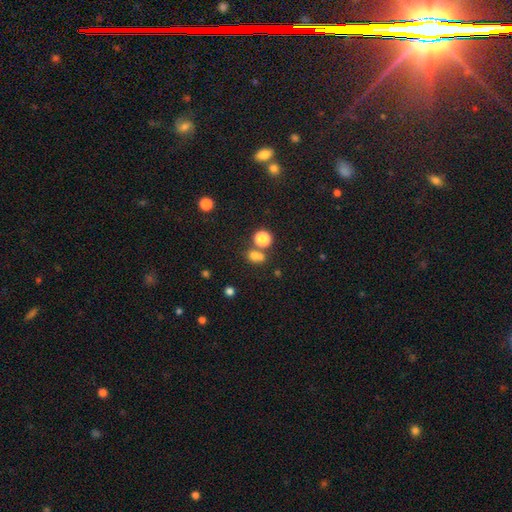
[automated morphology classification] This appears to be a smooth galaxy with no disk features (72%) that is round (53%). Merging: none (51%).